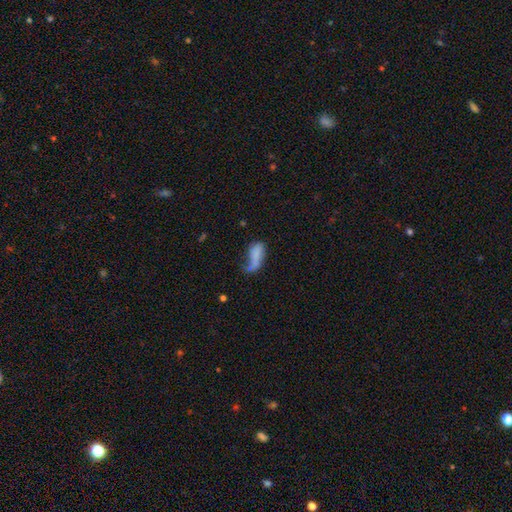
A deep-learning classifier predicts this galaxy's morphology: smooth 69%, featured or disk 21%, star or artifact 10%. Down the decision tree: how rounded — in between (82%); merging — major disturbance (28%).